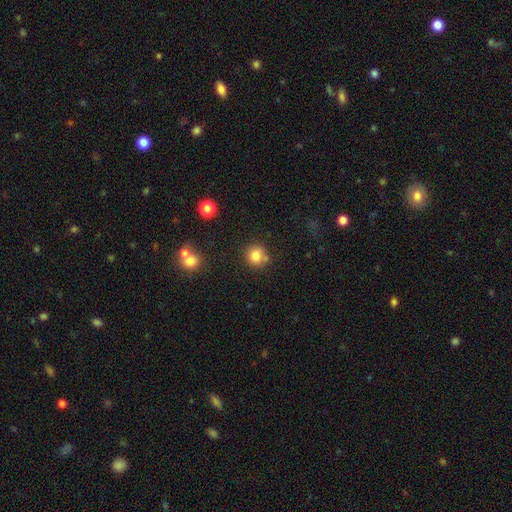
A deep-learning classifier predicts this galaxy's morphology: smooth 81%, star or artifact 12%, featured or disk 7%. Down the decision tree: how rounded — round (91%); merging — none (73%).